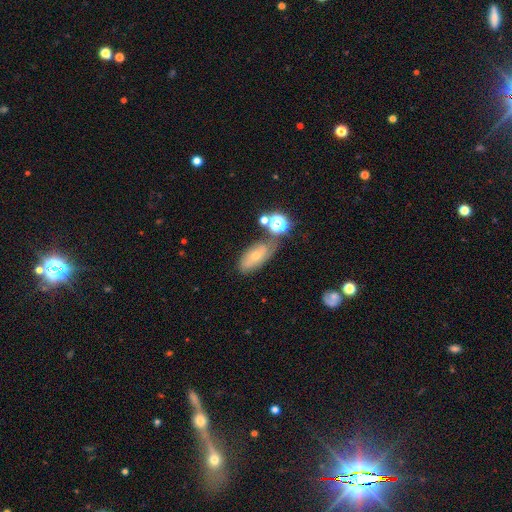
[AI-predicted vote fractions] A smooth galaxy with no disk features (41%). Merging: none (67%).